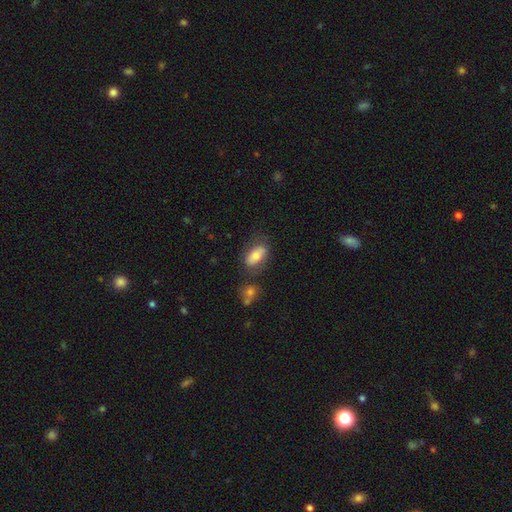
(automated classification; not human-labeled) A smooth galaxy with no disk features (70%) that is in between round and cigar-shaped (90%). Merging: none (67%).